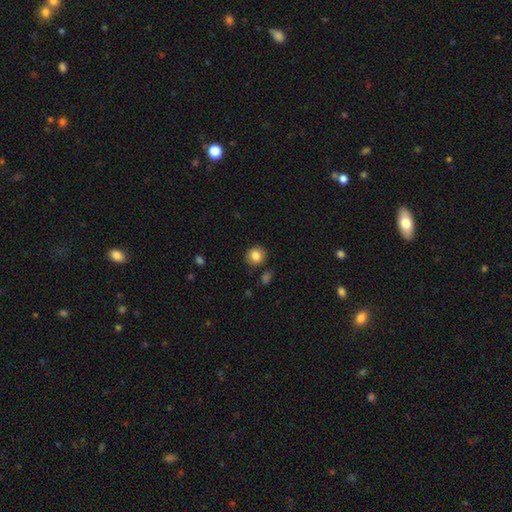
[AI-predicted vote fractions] The model was most divided on "how rounded": round: 85%, in between: 14%, cigar-shaped: 1%. More confident: merging — none (86%); smooth or featured — smooth (83%).